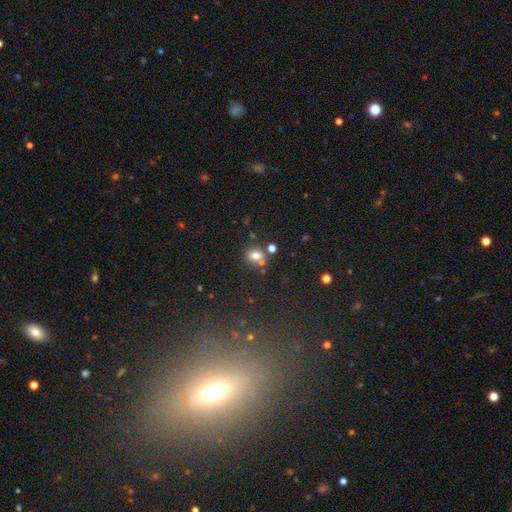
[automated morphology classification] Q: Smooth or featured?
A: smooth (73%); runner-up: star or artifact (16%)
Q: How rounded?
A: round (63%); runner-up: in between (36%)
Q: Merging?
A: none (58%); runner-up: merger (25%)